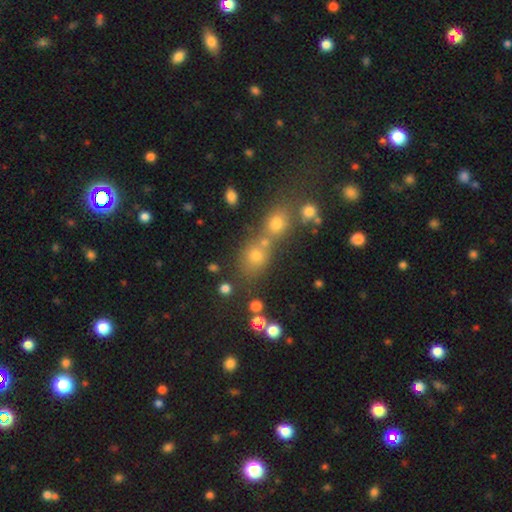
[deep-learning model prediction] Smooth or featured: smooth — 68% (star or artifact — 20%)
How rounded: round — 61% (in between — 37%)
Merging: none — 45% (merger — 40%)